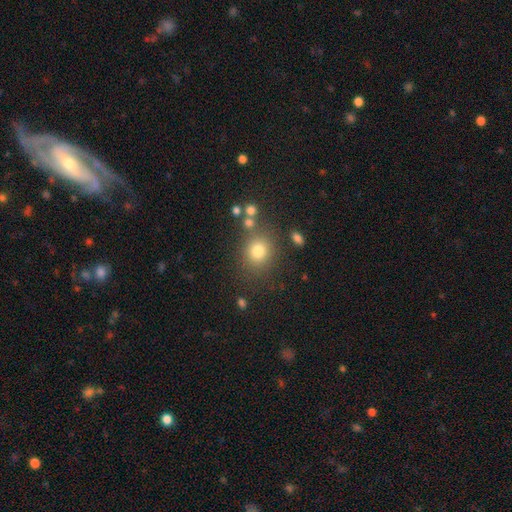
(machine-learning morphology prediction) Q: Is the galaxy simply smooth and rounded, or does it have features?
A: smooth — 72%.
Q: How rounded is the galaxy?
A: round — 77%.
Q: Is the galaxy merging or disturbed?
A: none — 78%.